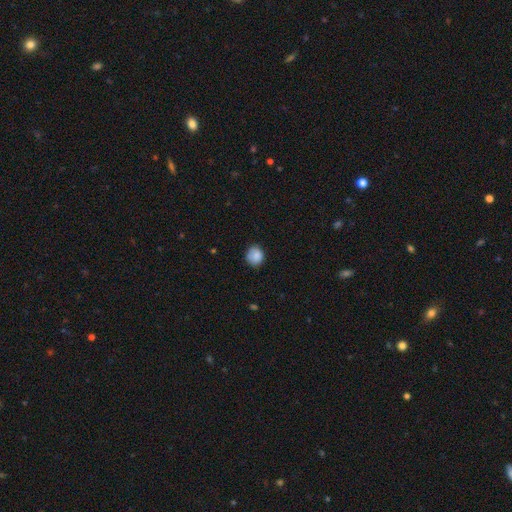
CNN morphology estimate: Smooth or featured?
  - smooth: 86% *
  - star or artifact: 8%
  - featured or disk: 6%
How rounded?
  - round: 78% *
  - in between: 21%
  - cigar-shaped: 1%
Merging?
  - none: 77% *
  - minor disturbance: 18%
  - major disturbance: 3%
  - merger: 1%